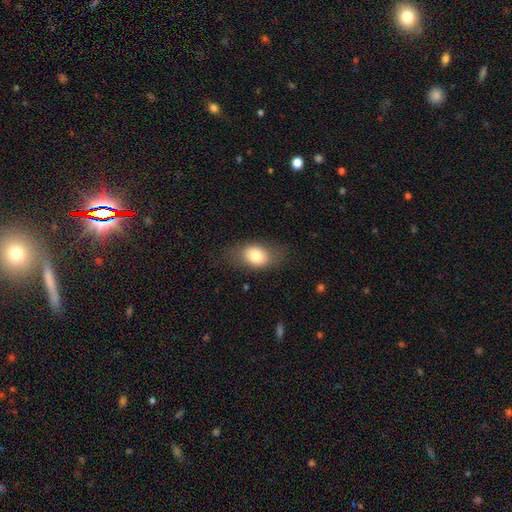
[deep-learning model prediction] Morphology: type=smooth (77%); roundness=in between (76%); merging=none (73%).